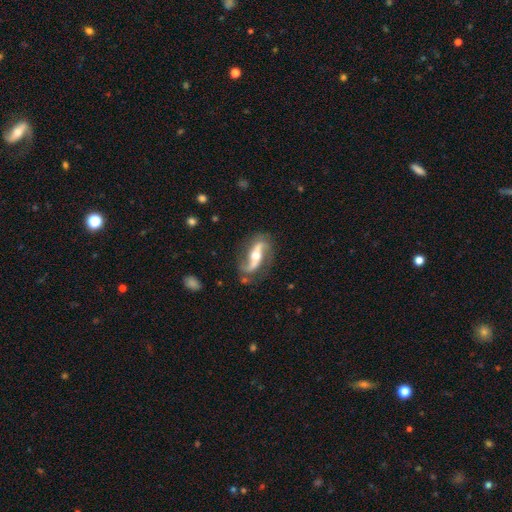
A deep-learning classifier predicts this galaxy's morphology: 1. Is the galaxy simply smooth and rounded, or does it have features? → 86% featured or disk, 10% smooth, 5% star or artifact.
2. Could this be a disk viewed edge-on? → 89% no, 11% yes.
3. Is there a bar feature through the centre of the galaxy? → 42% strong, 31% no, 26% weak.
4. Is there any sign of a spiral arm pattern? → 94% yes, 6% no.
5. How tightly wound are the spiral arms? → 60% loose, 30% medium, 10% tight.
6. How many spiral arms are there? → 91% 2, 3% 1, 3% can't tell, 1% 3, 1% 4, 1% more than 4.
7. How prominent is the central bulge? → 66% moderate, 18% small, 12% large, 2% dominant, 2% none.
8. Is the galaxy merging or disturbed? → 74% none, 16% minor disturbance, 8% major disturbance, 3% merger.